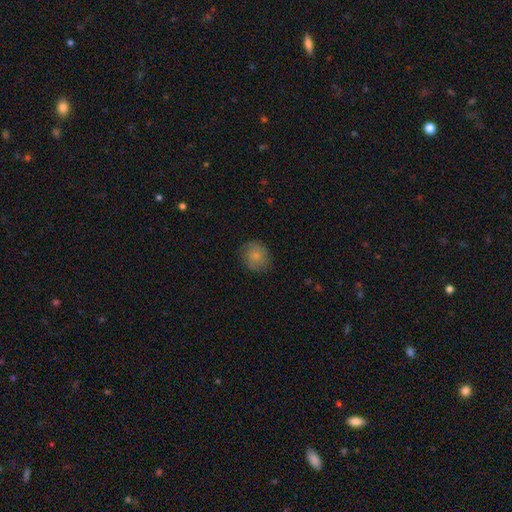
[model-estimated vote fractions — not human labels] Smooth or featured: smooth — 71% (featured or disk — 21%)
How rounded: round — 78% (in between — 21%)
Merging: none — 76% (minor disturbance — 18%)